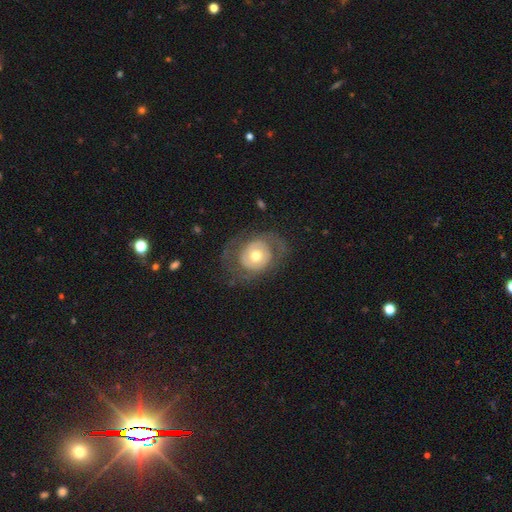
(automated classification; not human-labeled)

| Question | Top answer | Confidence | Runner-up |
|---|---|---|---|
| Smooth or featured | featured or disk | 63% | smooth (31%) |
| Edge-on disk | no | 96% | yes (4%) |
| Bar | no | 80% | weak (16%) |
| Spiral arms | yes | 53% | no (47%) |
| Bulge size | moderate | 73% | small (14%) |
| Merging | none | 64% | major disturbance (18%) |